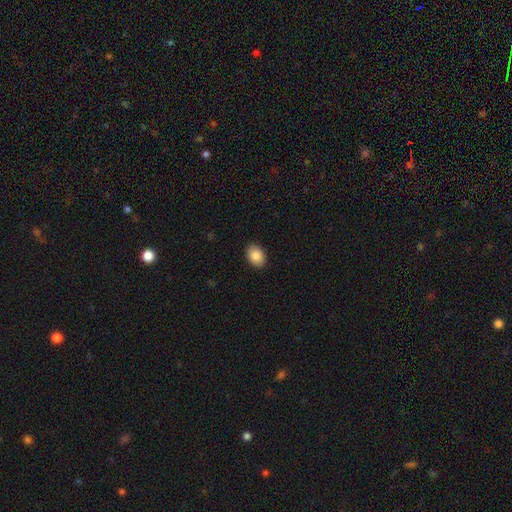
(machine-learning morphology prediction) Smooth or featured? smooth (87%)
How rounded? in between (78%)
Merging? none (90%)